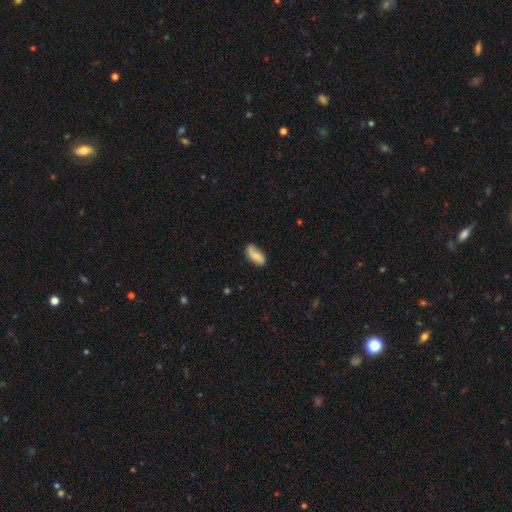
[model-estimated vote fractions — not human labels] Smooth or featured: smooth — 63% (featured or disk — 29%)
How rounded: in between — 85% (cigar-shaped — 12%)
Merging: none — 65% (minor disturbance — 25%)